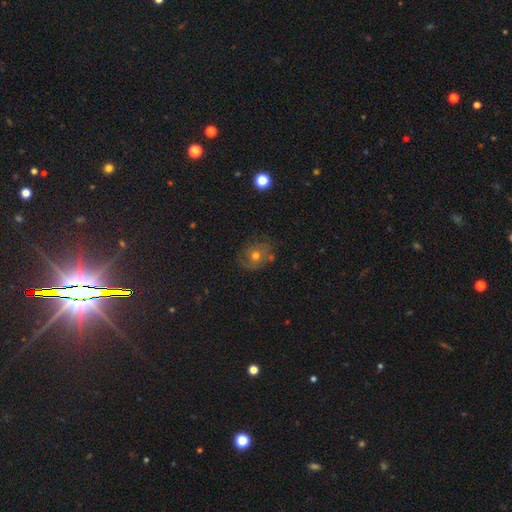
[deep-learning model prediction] smooth-or-featured: featured or disk: 48% | smooth: 38% | star or artifact: 14%
  merging: none: 68% | minor disturbance: 20% | major disturbance: 8% | merger: 4%